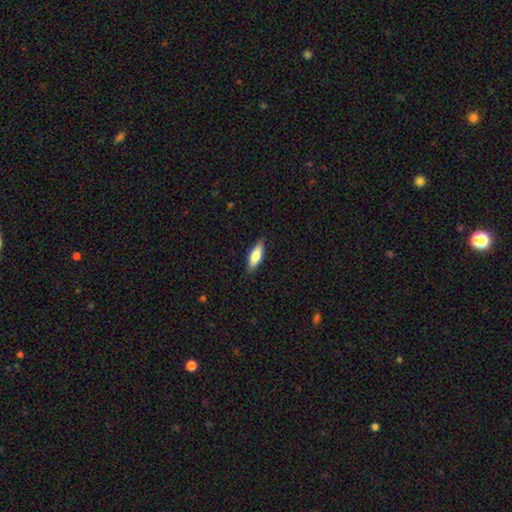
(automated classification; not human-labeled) smooth_or_featured: smooth (p=0.72) [alt: featured or disk p=0.22]
how_rounded: in between (p=0.63) [alt: cigar-shaped p=0.35]
merging: none (p=0.86) [alt: minor disturbance p=0.11]